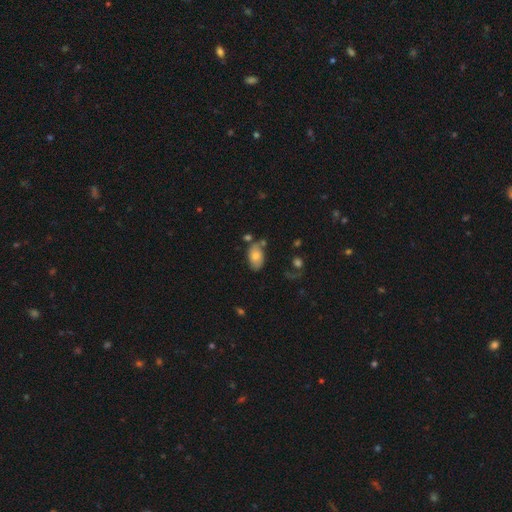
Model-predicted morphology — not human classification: A smooth galaxy with no disk features (72%) that is in between round and cigar-shaped (91%).

Vote fractions:
- Smooth or featured? smooth: 72% / featured or disk: 20% / star or artifact: 8%
- How rounded? in between: 91% / round: 7% / cigar-shaped: 2%
- Merging? none: 56% / minor disturbance: 23% / merger: 13% / major disturbance: 9%